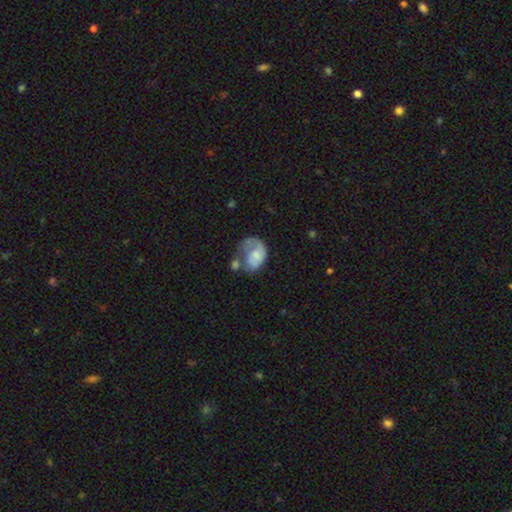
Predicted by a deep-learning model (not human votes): smooth 47%, featured or disk 46%, star or artifact 7%. Down the decision tree: merging — major disturbance (38%).